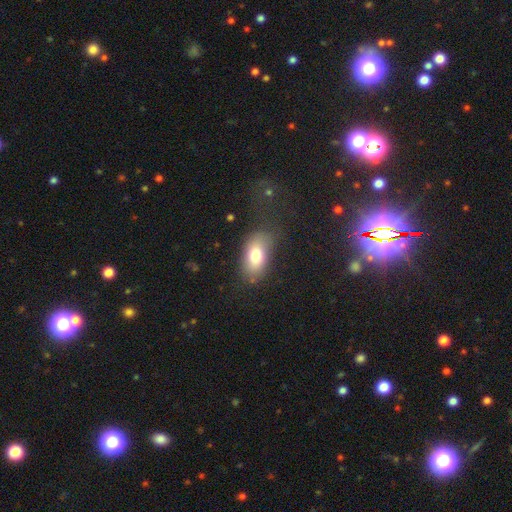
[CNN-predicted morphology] smooth-or-featured: smooth: 78% | featured or disk: 14% | star or artifact: 8%
  how-rounded: in between: 91% | round: 6% | cigar-shaped: 3%
  merging: none: 71% | minor disturbance: 19% | major disturbance: 8% | merger: 2%